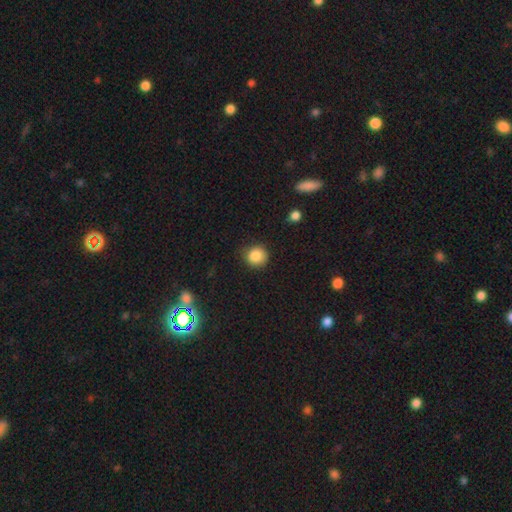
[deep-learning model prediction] smooth 86%, star or artifact 10%, featured or disk 4%. Down the decision tree: how rounded — round (91%); merging — none (86%).